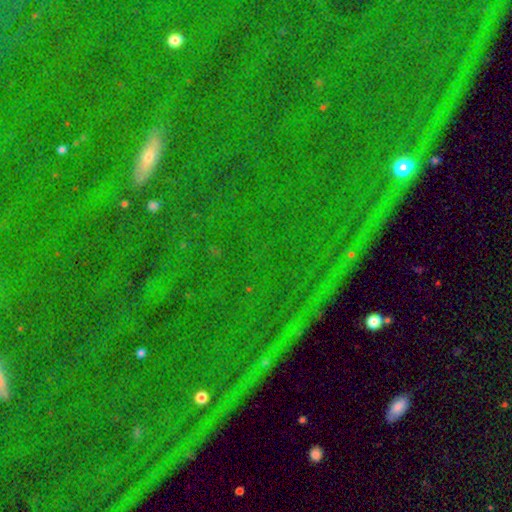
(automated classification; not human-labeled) A star or artifact, not a galaxy (78%).

Vote fractions:
- Smooth or featured? star or artifact: 78% / featured or disk: 11% / smooth: 11%